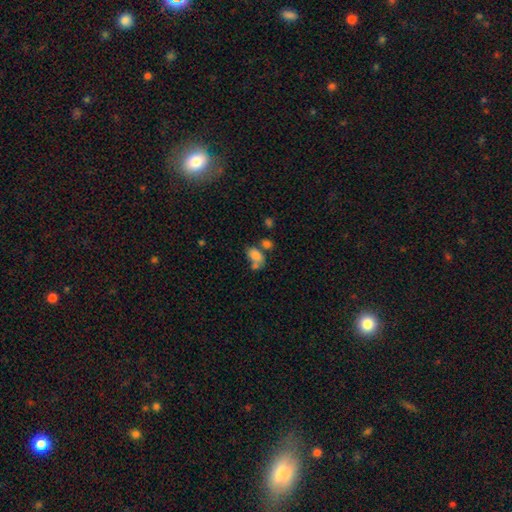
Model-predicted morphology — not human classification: The model was most divided on "merging": merger: 40%, none: 35%, minor disturbance: 16%, major disturbance: 9%. More confident: how rounded — in between (85%); smooth or featured — smooth (78%).